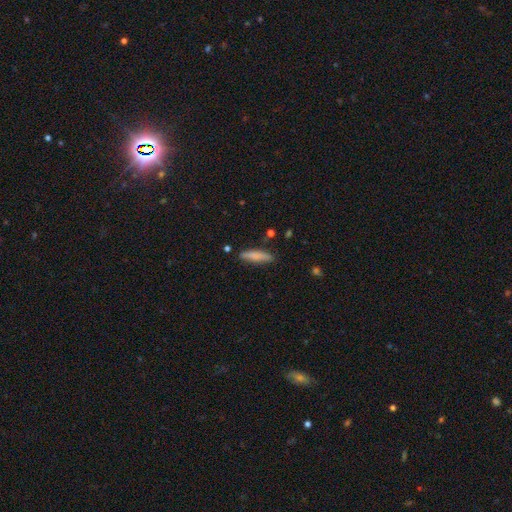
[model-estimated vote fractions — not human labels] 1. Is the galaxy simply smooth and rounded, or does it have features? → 74% smooth, 19% featured or disk, 6% star or artifact.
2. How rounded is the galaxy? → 84% cigar-shaped, 15% in between, 2% round.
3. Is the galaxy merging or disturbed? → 81% none, 14% minor disturbance, 3% major disturbance, 3% merger.